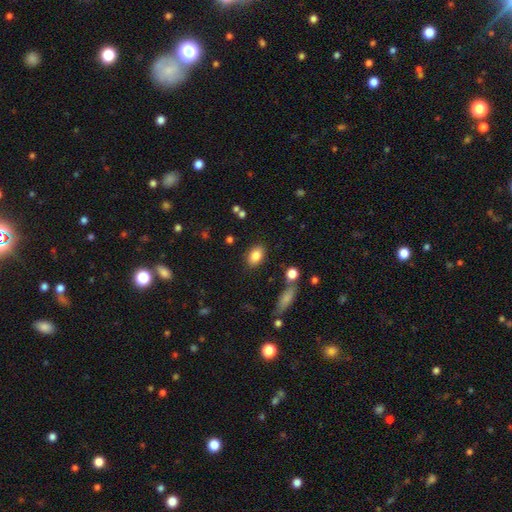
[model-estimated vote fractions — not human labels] Morphology: type=smooth (84%); roundness=in between (83%); merging=none (84%).